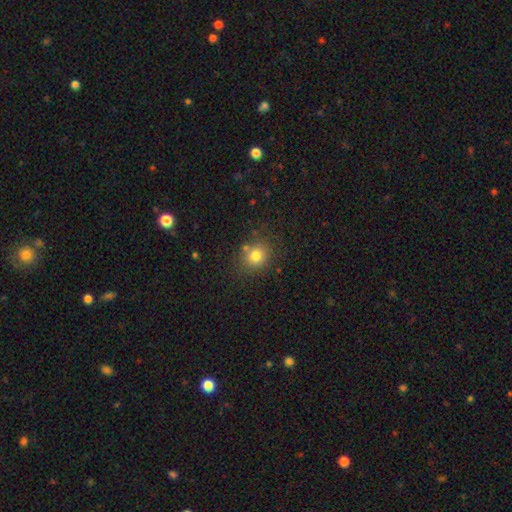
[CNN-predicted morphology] A smooth galaxy with no disk features (78%) that is round (73%).

Vote fractions:
- Smooth or featured? smooth: 78% / star or artifact: 14% / featured or disk: 8%
- How rounded? round: 73% / in between: 26% / cigar-shaped: 1%
- Merging? none: 79% / minor disturbance: 11% / merger: 6% / major disturbance: 4%